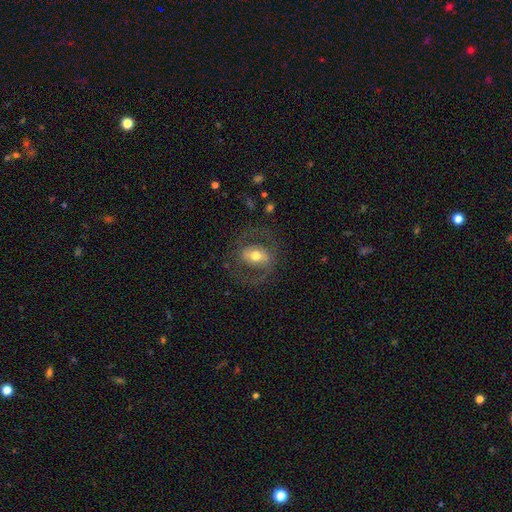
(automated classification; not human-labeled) Smooth or featured: featured or disk — 63% (smooth — 30%)
Edge-on disk: no — 95% (yes — 5%)
Bar: weak — 36% (no — 34%)
Spiral arms: yes — 58% (no — 42%)
Bulge size: moderate — 72% (small — 14%)
Merging: none — 67% (major disturbance — 16%)